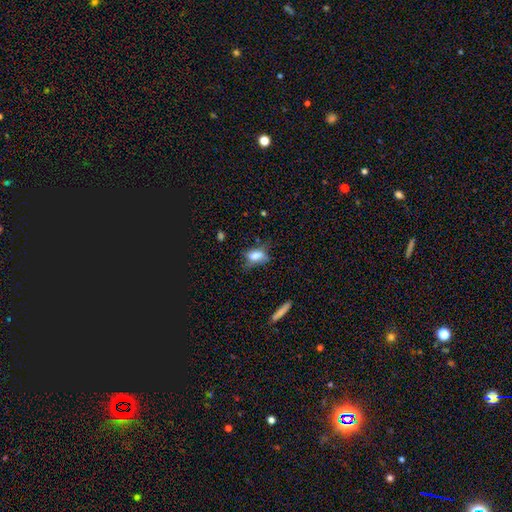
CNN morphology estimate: Overall: smooth (74%). How rounded: in between (83%). Merging: none (44%; minor disturbance 32%).